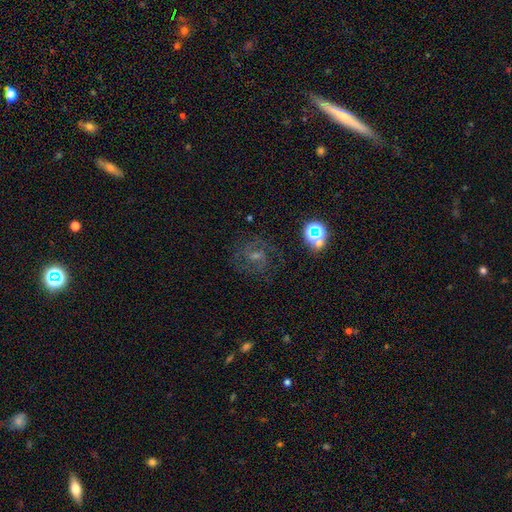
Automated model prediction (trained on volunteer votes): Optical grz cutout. It shows a featured or disk galaxy (59%) with a weak bar (53%), 2 (54%) medium (48%) spiral arms (88%) and a small central bulge (47%). Merging: none (73%).